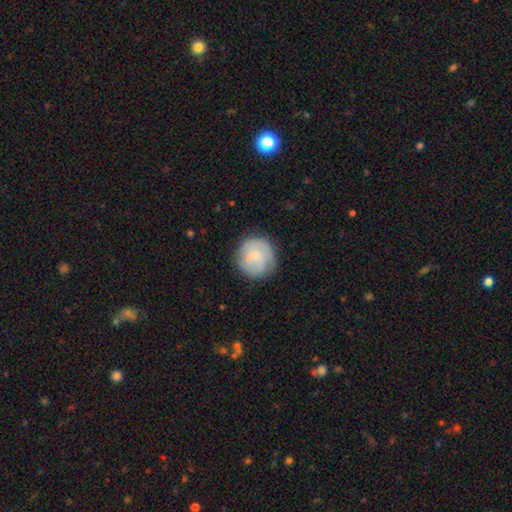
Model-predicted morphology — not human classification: smooth 59%, featured or disk 34%, star or artifact 7%. Down the decision tree: how rounded — round (93%); merging — none (75%).